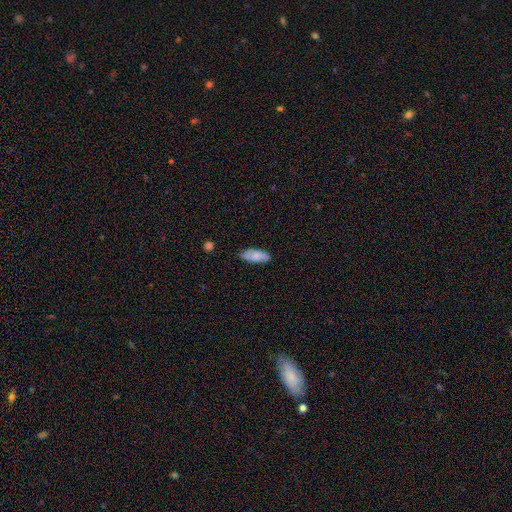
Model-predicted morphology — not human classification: Smooth or featured: smooth — 73% (featured or disk — 20%)
How rounded: in between — 85% (cigar-shaped — 13%)
Merging: none — 79% (minor disturbance — 17%)